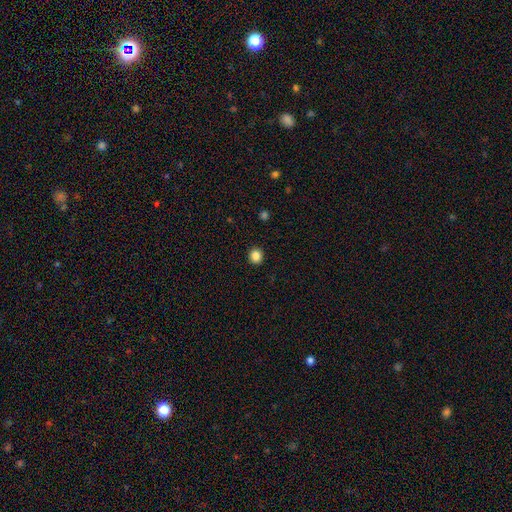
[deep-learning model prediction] Smooth or featured?
  - smooth: 85% *
  - star or artifact: 11%
  - featured or disk: 4%
How rounded?
  - round: 86% *
  - in between: 13%
  - cigar-shaped: 1%
Merging?
  - none: 93% *
  - minor disturbance: 5%
  - major disturbance: 2%
  - merger: 1%